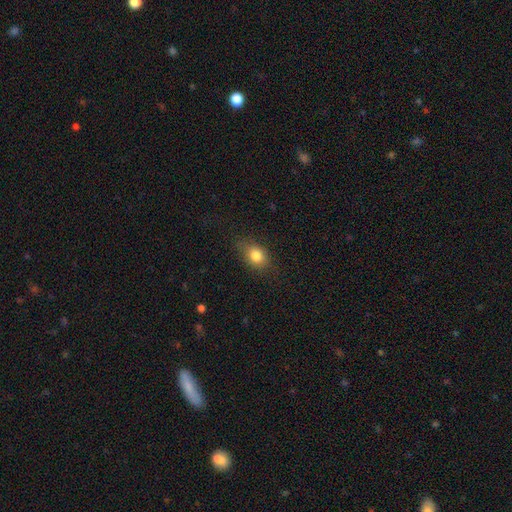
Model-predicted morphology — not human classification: smooth_or_featured: smooth (p=0.81) [alt: star or artifact p=0.10]
how_rounded: in between (p=0.64) [alt: round p=0.34]
merging: none (p=0.73) [alt: minor disturbance p=0.20]